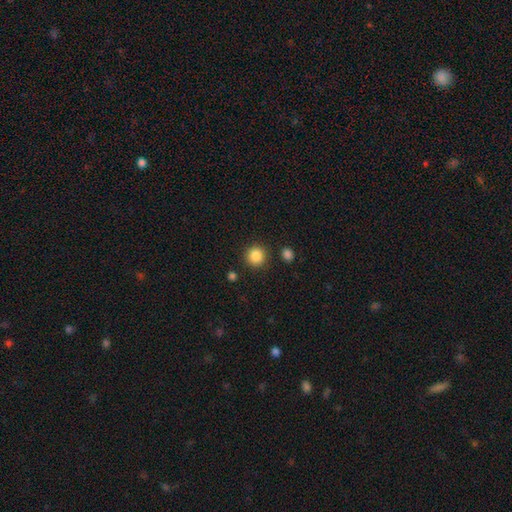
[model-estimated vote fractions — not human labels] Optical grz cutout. It shows a smooth galaxy with no disk features (87%) that is round (93%). Merging: none (88%).